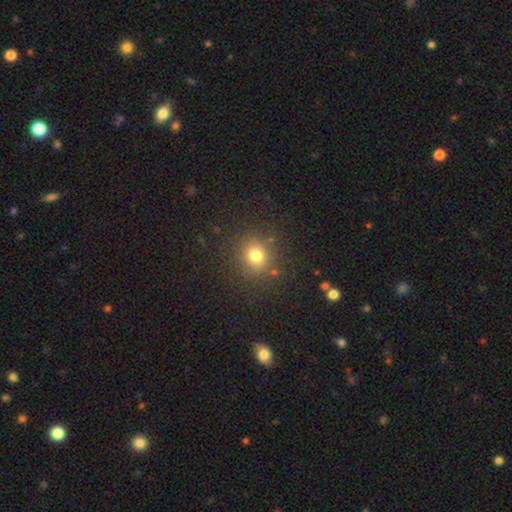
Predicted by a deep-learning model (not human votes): Smooth or featured: smooth — 75% (star or artifact — 18%)
How rounded: round — 83% (in between — 16%)
Merging: none — 85% (minor disturbance — 9%)